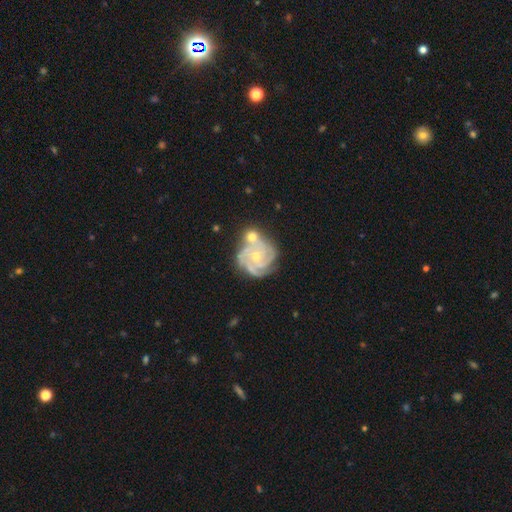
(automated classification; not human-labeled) smooth_or_featured: featured or disk (p=0.88) [alt: smooth p=0.07]
disk_edge_on: no (p=0.98) [alt: yes p=0.02]
bar: no (p=0.74) [alt: weak p=0.21]
has_spiral_arms: yes (p=0.98) [alt: no p=0.02]
spiral_winding: tight (p=0.71) [alt: medium p=0.25]
spiral_arm_count: 3 (p=0.48) [alt: 4 p=0.29]
bulge_size: small (p=0.55) [alt: moderate p=0.42]
merging: none (p=0.57) [alt: merger p=0.20]